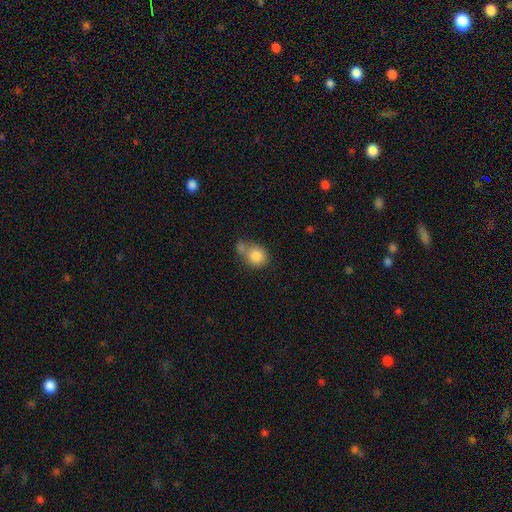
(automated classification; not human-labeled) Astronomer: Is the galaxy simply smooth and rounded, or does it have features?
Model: smooth — 82%.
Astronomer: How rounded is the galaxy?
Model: round — 68%.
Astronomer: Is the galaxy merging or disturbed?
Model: merger — 39% (runner-up: none, 37%).